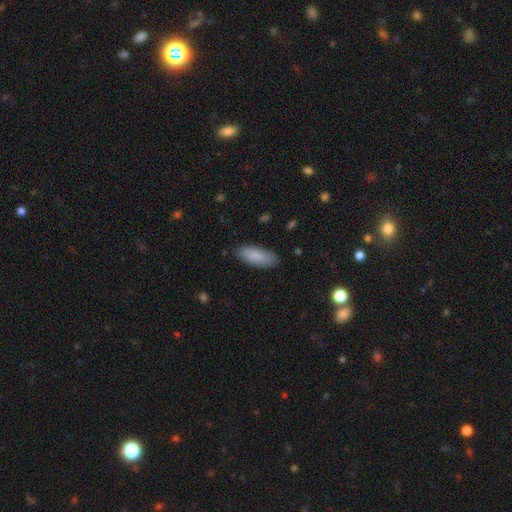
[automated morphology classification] type=smooth (87%); roundness=in between (78%); merging=none (85%).